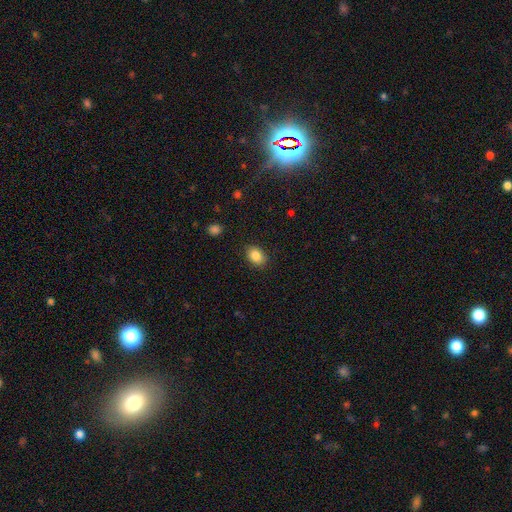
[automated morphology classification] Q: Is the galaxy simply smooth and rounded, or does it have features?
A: smooth — 86%.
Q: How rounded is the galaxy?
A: in between — 73%.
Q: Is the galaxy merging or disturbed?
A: none — 87%.